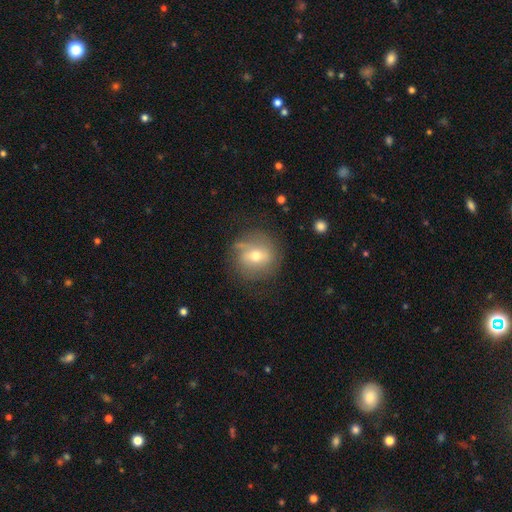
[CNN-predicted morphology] Smooth or featured: smooth — 49% (featured or disk — 40%)
Merging: none — 69% (minor disturbance — 19%)